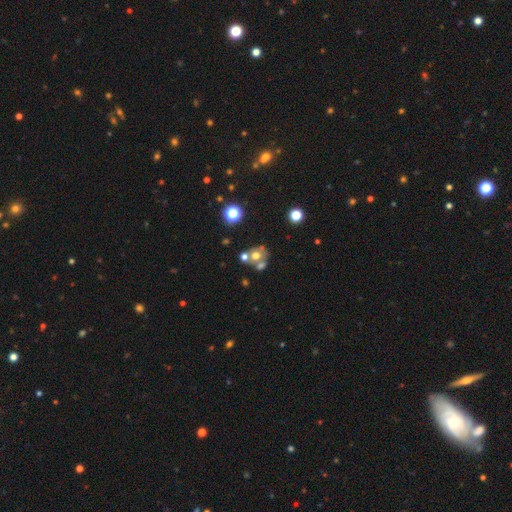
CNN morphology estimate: This is possibly a smooth galaxy (50%). How rounded: likely round (71%). Merging: possibly merger (45%).